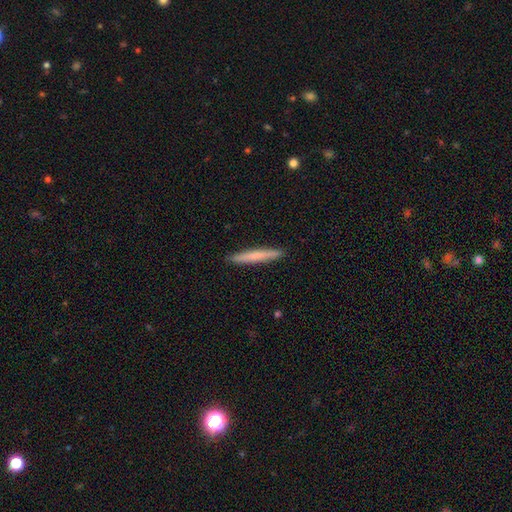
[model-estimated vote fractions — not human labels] Smooth or featured?
  - smooth: 68% *
  - featured or disk: 26%
  - star or artifact: 5%
How rounded?
  - cigar-shaped: 96% *
  - in between: 3%
  - round: 1%
Merging?
  - none: 92% *
  - minor disturbance: 6%
  - major disturbance: 1%
  - merger: 1%